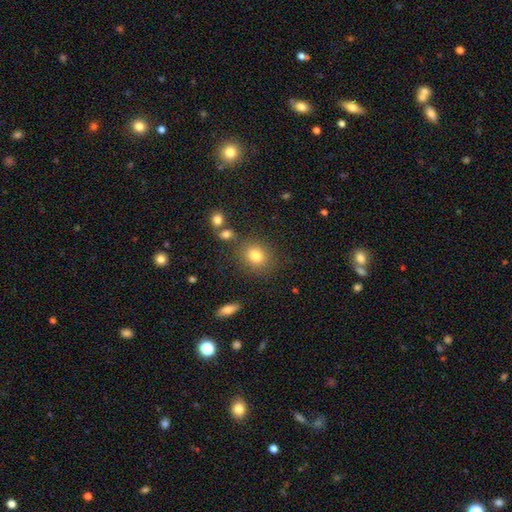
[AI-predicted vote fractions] This appears to be a smooth galaxy with no disk features (81%) that is round (66%). Merging: none (81%).